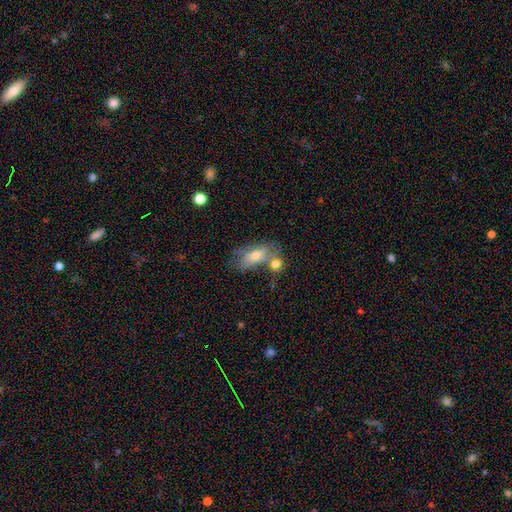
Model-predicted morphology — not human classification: Smooth or featured? Predicted: smooth (p=0.55). How rounded? Predicted: in between (p=0.82). Merging? Predicted: none (p=0.36).